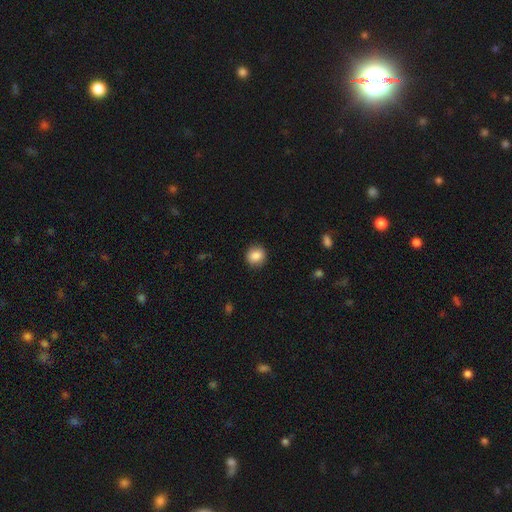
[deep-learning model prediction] Overall: smooth (87%). How rounded: round (84%). Merging: none (89%).